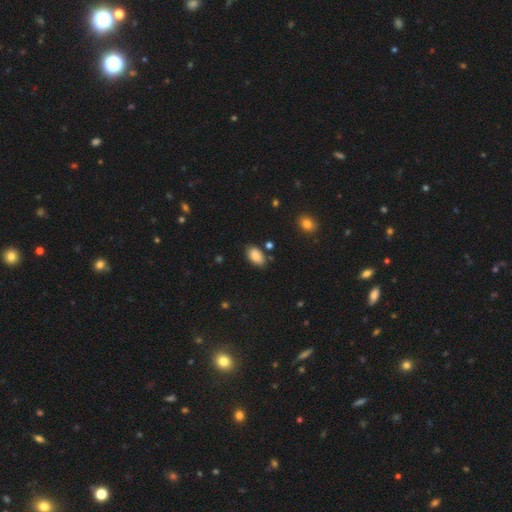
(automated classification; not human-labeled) Overall: smooth (87%). How rounded: in between (94%). Merging: none (80%).